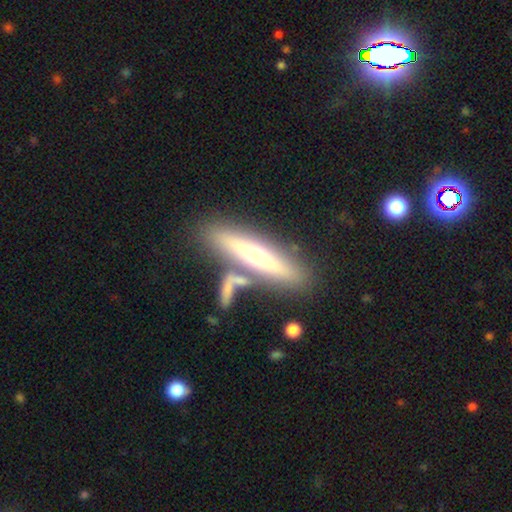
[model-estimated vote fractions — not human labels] A featured or disk galaxy (47%).

Vote fractions:
- Smooth or featured? featured or disk: 47% / smooth: 45% / star or artifact: 7%
- Merging? none: 62% / merger: 20% / minor disturbance: 13% / major disturbance: 5%